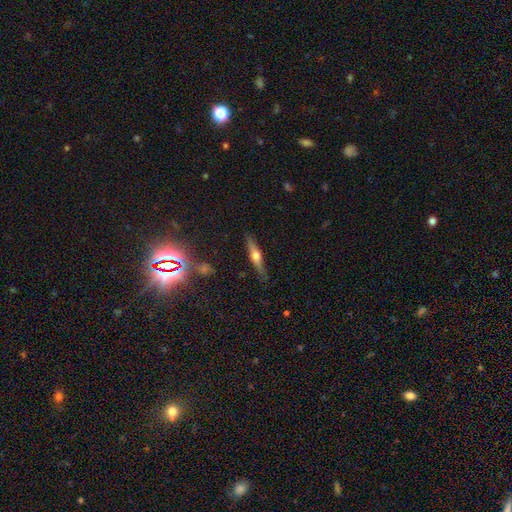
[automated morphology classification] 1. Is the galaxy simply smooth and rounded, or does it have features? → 62% featured or disk, 30% smooth, 8% star or artifact.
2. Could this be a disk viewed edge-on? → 96% yes, 4% no.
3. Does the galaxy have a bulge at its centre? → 91% rounded, 5% boxy, 4% none.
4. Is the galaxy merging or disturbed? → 86% none, 10% minor disturbance, 2% major disturbance, 2% merger.